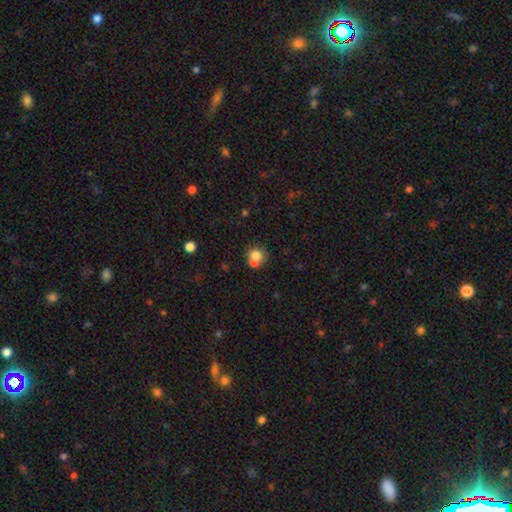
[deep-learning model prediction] smooth_or_featured: smooth (p=0.74) [alt: featured or disk p=0.16]
how_rounded: round (p=0.81) [alt: in between p=0.18]
merging: none (p=0.44) [alt: merger p=0.43]